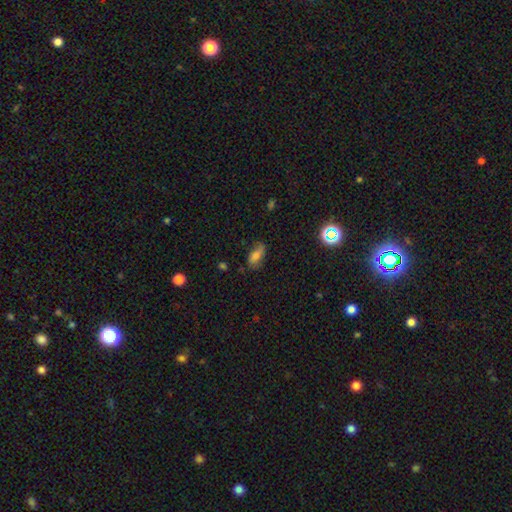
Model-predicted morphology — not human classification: Smooth or featured?
  - smooth: 70% *
  - featured or disk: 18%
  - star or artifact: 12%
How rounded?
  - in between: 83% *
  - cigar-shaped: 12%
  - round: 5%
Merging?
  - none: 61% *
  - minor disturbance: 28%
  - major disturbance: 9%
  - merger: 3%